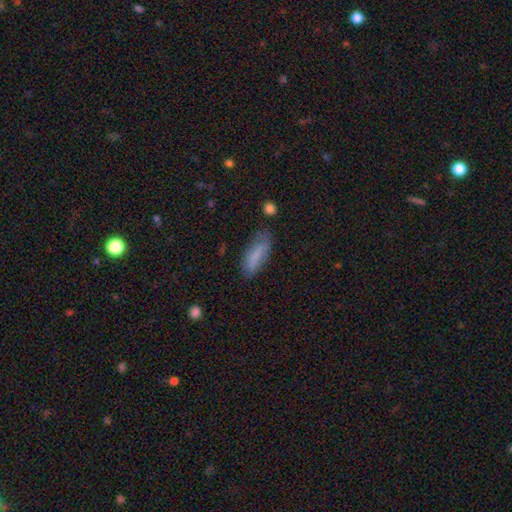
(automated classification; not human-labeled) Overall: smooth (76%). How rounded: in between (66%; cigar-shaped 32%). Merging: none (69%).